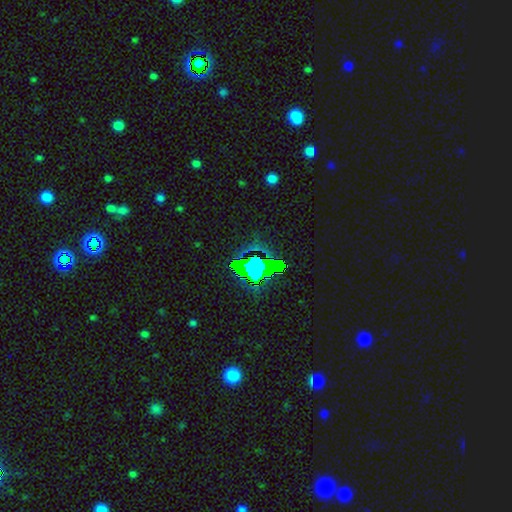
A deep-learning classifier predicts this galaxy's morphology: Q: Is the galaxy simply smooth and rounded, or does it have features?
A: star or artifact — 66%.